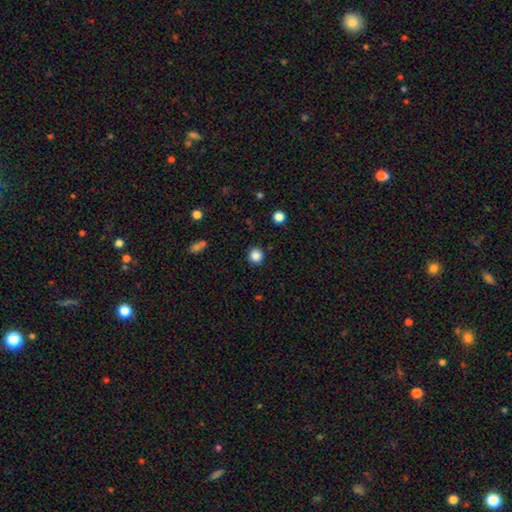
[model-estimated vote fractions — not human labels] The model was most divided on "smooth or featured": smooth: 86%, star or artifact: 11%, featured or disk: 3%. More confident: how rounded — round (91%); merging — none (90%).